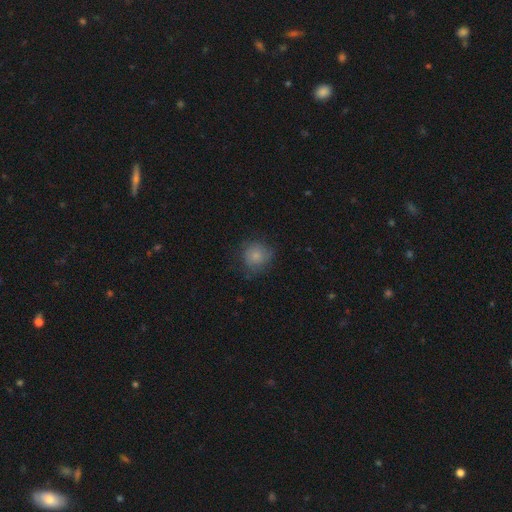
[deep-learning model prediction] smooth-or-featured: smooth: 79% | featured or disk: 11% | star or artifact: 10%
  how-rounded: round: 86% | in between: 13% | cigar-shaped: 1%
  merging: none: 67% | minor disturbance: 23% | major disturbance: 9% | merger: 1%